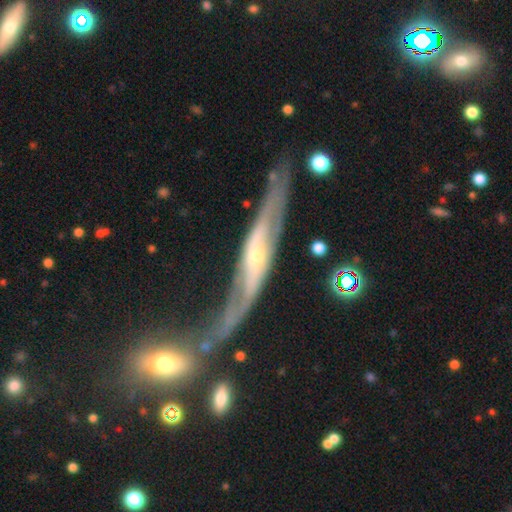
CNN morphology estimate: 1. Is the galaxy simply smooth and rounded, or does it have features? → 83% featured or disk, 10% smooth, 6% star or artifact.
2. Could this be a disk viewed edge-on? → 56% yes, 44% no.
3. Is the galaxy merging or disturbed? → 48% none, 20% minor disturbance, 17% merger, 14% major disturbance.